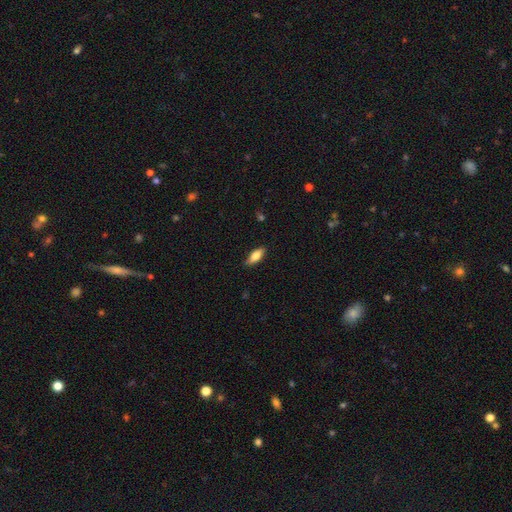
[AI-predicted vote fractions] Smooth or featured: smooth — 79% (featured or disk — 15%)
How rounded: in between — 76% (cigar-shaped — 22%)
Merging: none — 83% (minor disturbance — 14%)